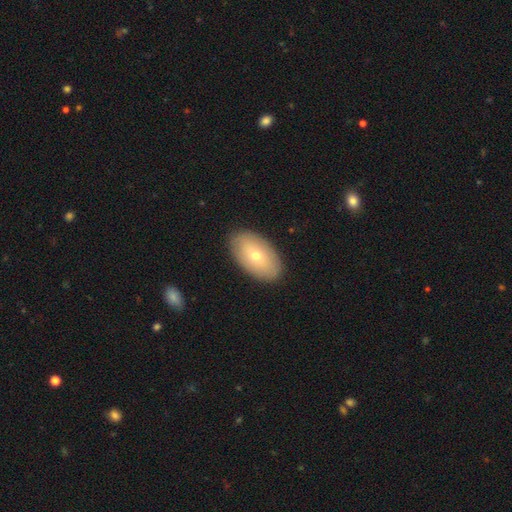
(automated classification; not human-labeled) smooth 66%, featured or disk 27%, star or artifact 7%. Down the decision tree: how rounded — in between (93%); merging — none (88%).